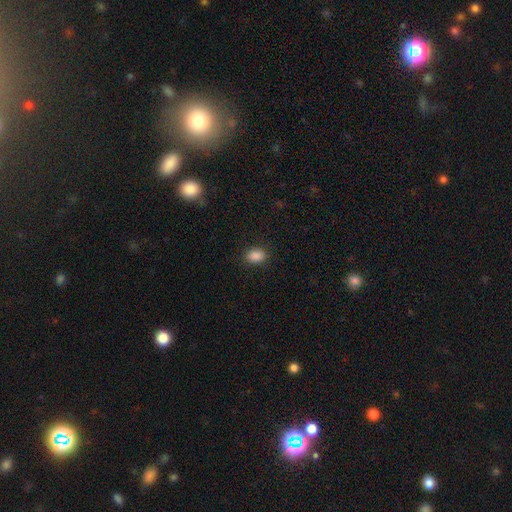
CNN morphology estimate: A smooth galaxy with no disk features (88%) that is in between round and cigar-shaped (69%).

Vote fractions:
- Smooth or featured? smooth: 88% / star or artifact: 9% / featured or disk: 3%
- How rounded? in between: 69% / round: 30% / cigar-shaped: 1%
- Merging? none: 87% / minor disturbance: 9% / major disturbance: 3% / merger: 1%